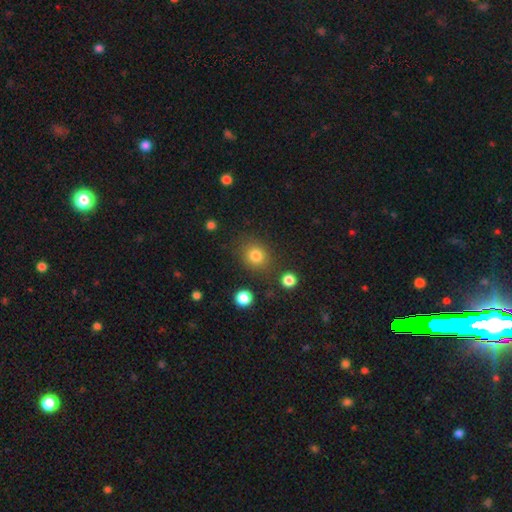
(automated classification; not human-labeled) Smooth or featured? smooth (81%)
How rounded? round (78%)
Merging? none (83%)